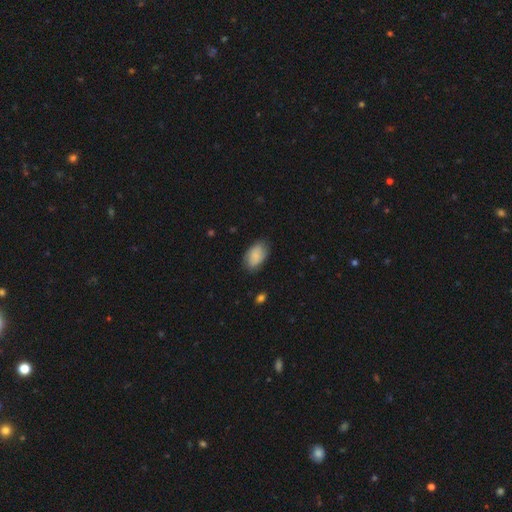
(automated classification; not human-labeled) Smooth or featured?
  - smooth: 85% *
  - featured or disk: 8%
  - star or artifact: 7%
How rounded?
  - in between: 91% *
  - round: 7%
  - cigar-shaped: 1%
Merging?
  - none: 77% *
  - minor disturbance: 18%
  - major disturbance: 4%
  - merger: 1%